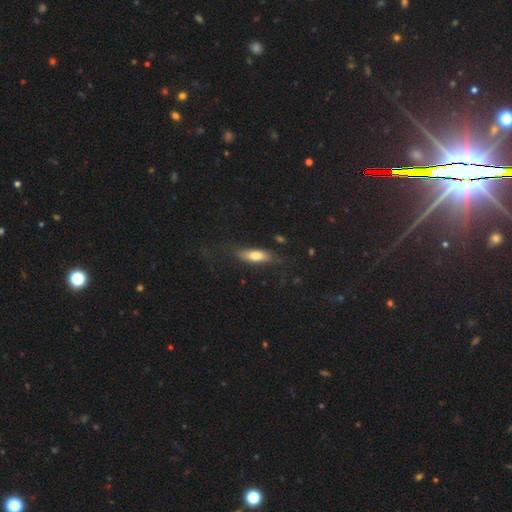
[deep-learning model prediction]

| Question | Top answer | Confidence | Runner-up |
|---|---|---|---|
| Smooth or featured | smooth | 71% | featured or disk (23%) |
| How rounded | in between | 62% | cigar-shaped (35%) |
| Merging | none | 66% | minor disturbance (21%) |